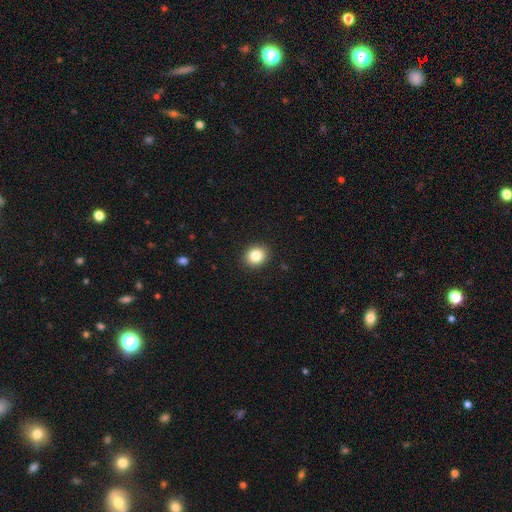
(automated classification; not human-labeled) Smooth or featured? smooth (84%)
How rounded? round (72%)
Merging? none (91%)